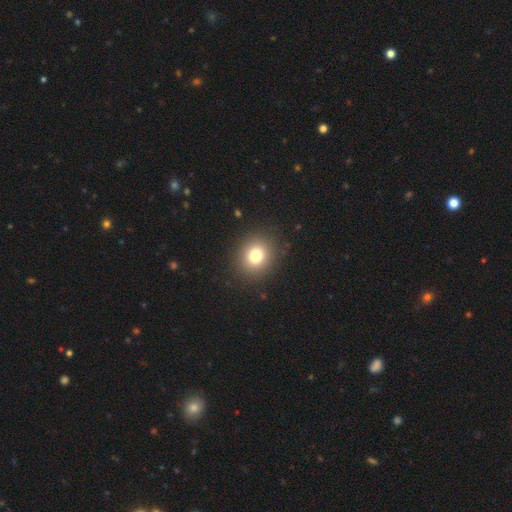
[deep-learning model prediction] Smooth or featured? smooth (78%)
How rounded? round (77%)
Merging? none (89%)